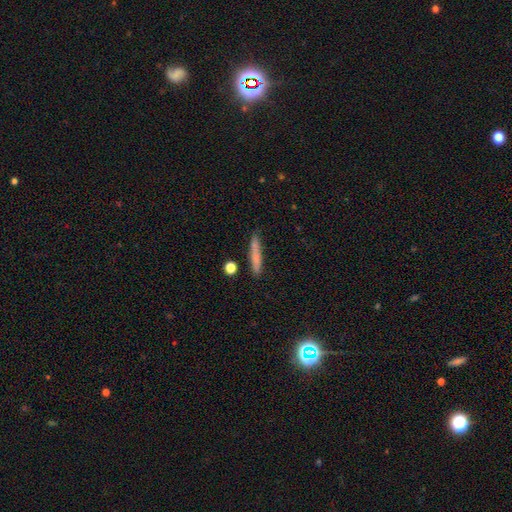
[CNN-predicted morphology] The model was most divided on "smooth or featured": smooth: 73%, featured or disk: 19%, star or artifact: 8%. More confident: how rounded — cigar-shaped (92%); merging — none (83%).